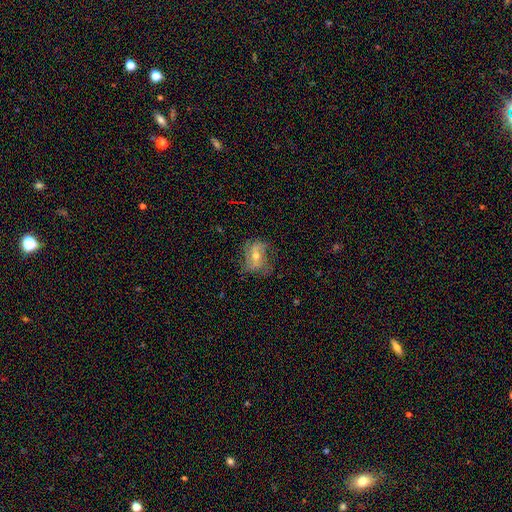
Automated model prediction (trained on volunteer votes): smooth-or-featured: featured or disk: 62% | smooth: 25% | star or artifact: 14%
  disk-edge-on: no: 94% | yes: 6%
    bar: no: 42% | weak: 37% | strong: 22%
    has-spiral-arms: yes: 75% | no: 25%
    bulge-size: moderate: 57% | small: 37% | large: 3% | none: 2% | dominant: 1%
  merging: none: 61% | minor disturbance: 23% | major disturbance: 15% | merger: 2%